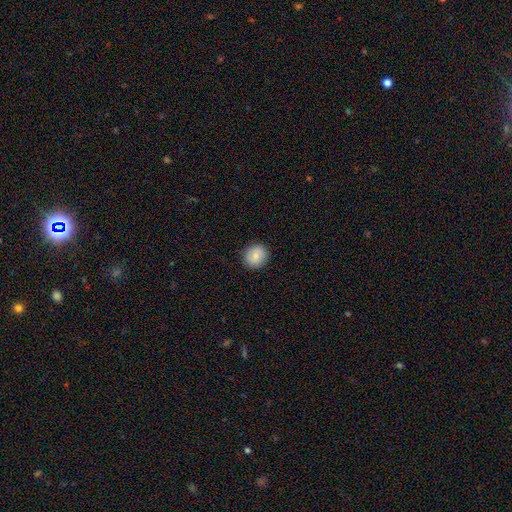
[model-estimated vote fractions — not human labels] smooth 80%, featured or disk 12%, star or artifact 8%. Down the decision tree: how rounded — round (85%); merging — none (90%).